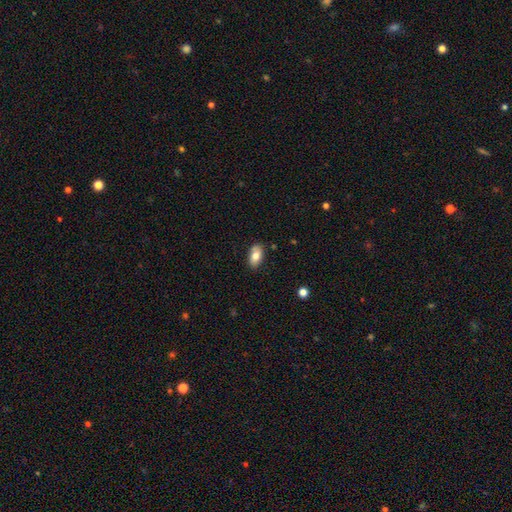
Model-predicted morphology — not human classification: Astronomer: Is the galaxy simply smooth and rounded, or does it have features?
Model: smooth — 78%.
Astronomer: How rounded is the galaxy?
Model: in between — 91%.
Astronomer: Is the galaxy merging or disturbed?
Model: none — 80%.